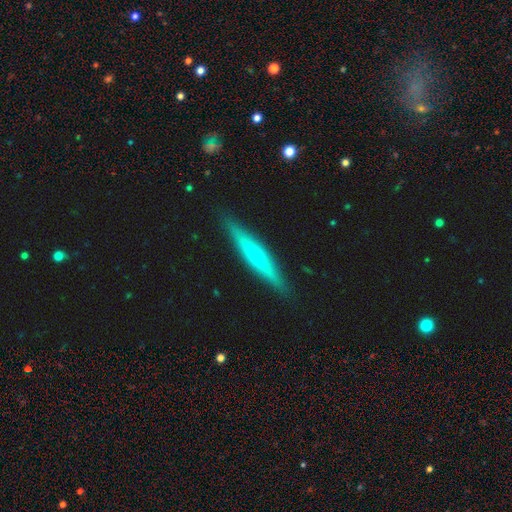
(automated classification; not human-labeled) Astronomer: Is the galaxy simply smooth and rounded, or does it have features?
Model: featured or disk — 66%.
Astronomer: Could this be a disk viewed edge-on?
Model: yes — 95%.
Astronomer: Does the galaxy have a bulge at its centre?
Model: rounded — 70%.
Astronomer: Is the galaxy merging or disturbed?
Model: none — 90%.